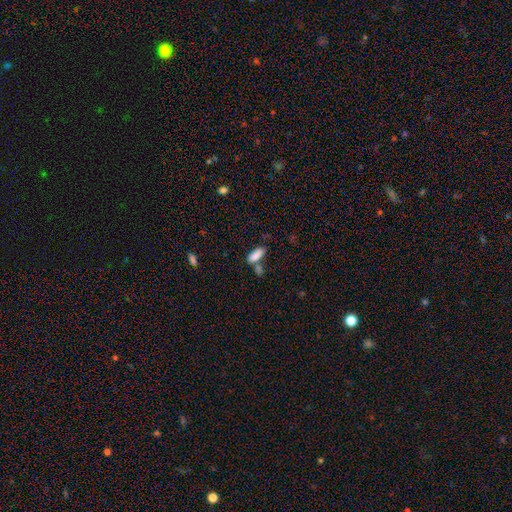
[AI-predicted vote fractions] This is clearly a smooth galaxy (85%). How rounded: likely in between (73%). Merging: possibly none (52%).